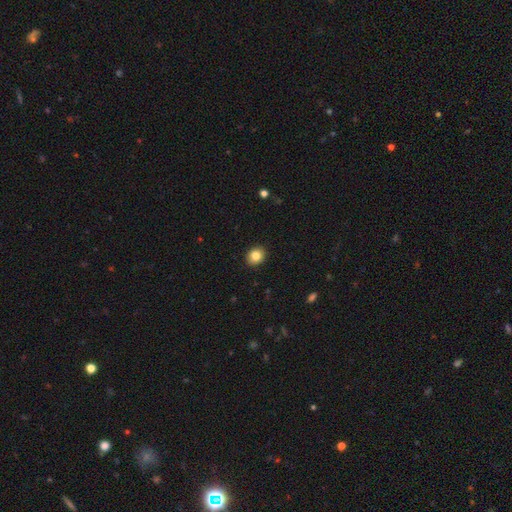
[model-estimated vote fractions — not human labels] smooth_or_featured: smooth (p=0.84) [alt: star or artifact p=0.09]
how_rounded: round (p=0.60) [alt: in between p=0.39]
merging: none (p=0.91) [alt: minor disturbance p=0.06]